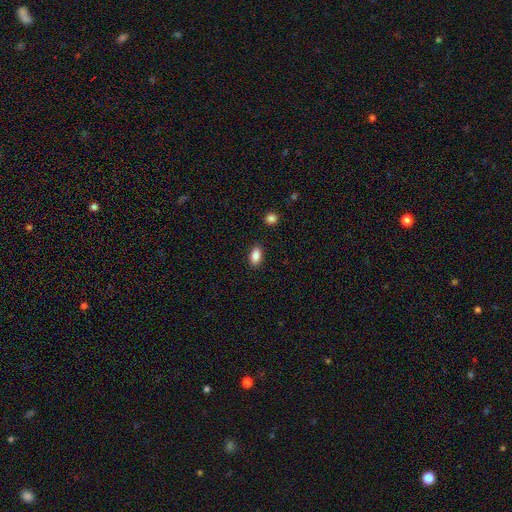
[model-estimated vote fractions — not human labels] Smooth or featured?
  - smooth: 87% *
  - star or artifact: 8%
  - featured or disk: 4%
How rounded?
  - in between: 90% *
  - round: 5%
  - cigar-shaped: 4%
Merging?
  - none: 88% *
  - minor disturbance: 9%
  - major disturbance: 2%
  - merger: 2%